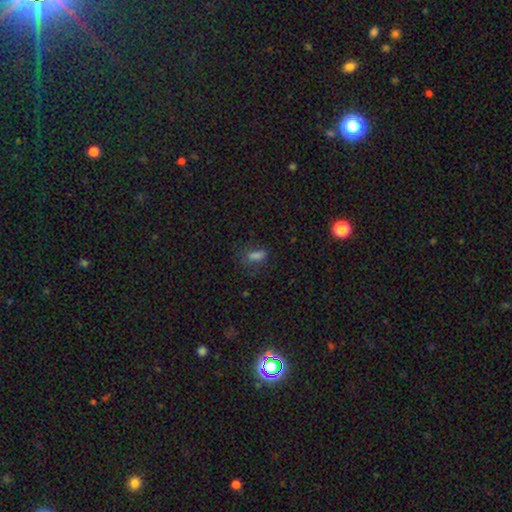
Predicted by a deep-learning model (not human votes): smooth-or-featured: smooth: 69% | star or artifact: 22% | featured or disk: 9%
  how-rounded: in between: 71% | cigar-shaped: 19% | round: 11%
  merging: none: 64% | minor disturbance: 21% | major disturbance: 12% | merger: 3%